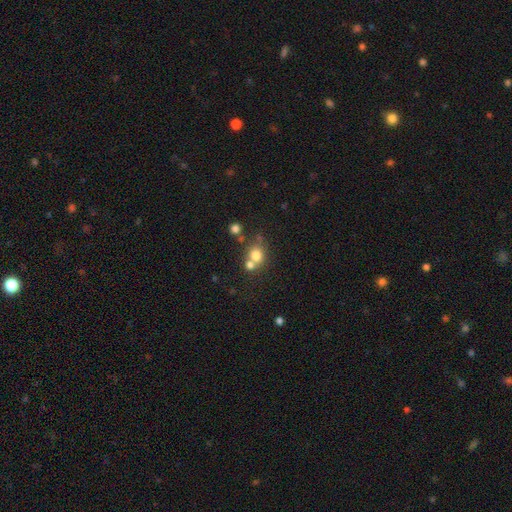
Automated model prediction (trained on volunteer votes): This appears to be a smooth galaxy with no disk features (74%) that is round (79%). Merging: none (48%).